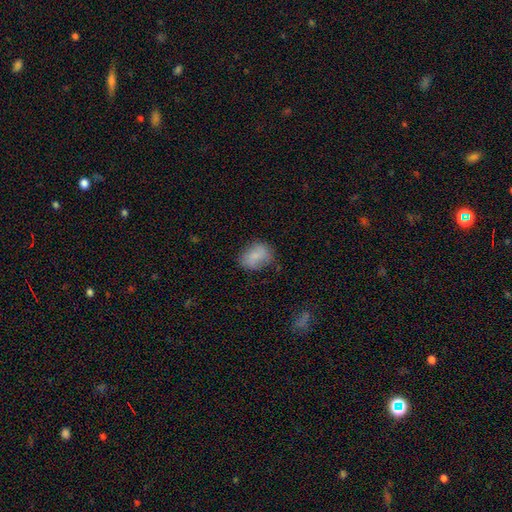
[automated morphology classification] Smooth or featured?
  - smooth: 80% *
  - featured or disk: 12%
  - star or artifact: 8%
How rounded?
  - in between: 70% *
  - round: 28%
  - cigar-shaped: 1%
Merging?
  - none: 67% *
  - minor disturbance: 24%
  - major disturbance: 7%
  - merger: 2%